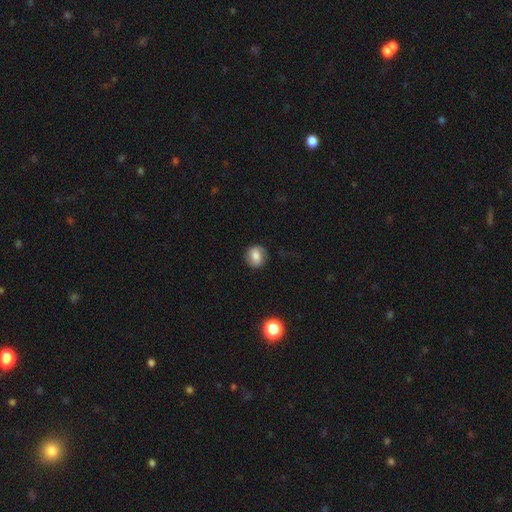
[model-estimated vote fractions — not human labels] Smooth or featured?
  - smooth: 70% *
  - featured or disk: 20%
  - star or artifact: 10%
How rounded?
  - round: 64% *
  - in between: 34%
  - cigar-shaped: 2%
Merging?
  - none: 79% *
  - minor disturbance: 14%
  - major disturbance: 5%
  - merger: 1%